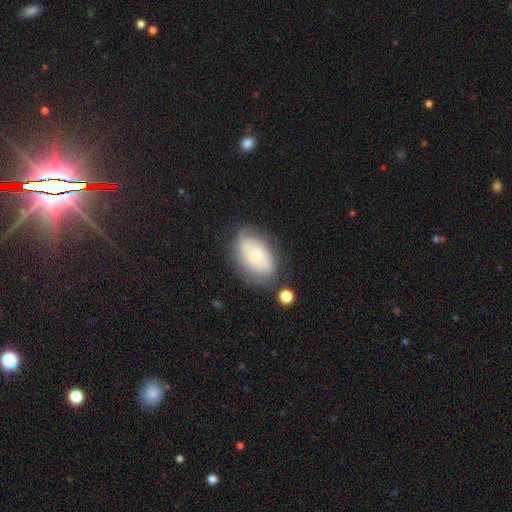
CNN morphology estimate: Smooth or featured: featured or disk — 47% (smooth — 46%)
Merging: none — 62% (minor disturbance — 24%)